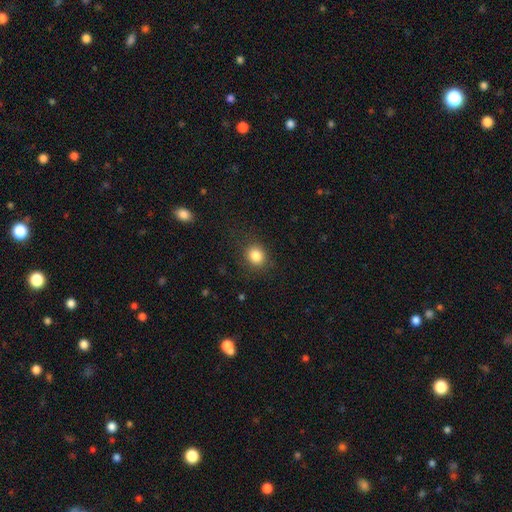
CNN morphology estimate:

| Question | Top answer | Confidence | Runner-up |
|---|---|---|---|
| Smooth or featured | smooth | 84% | star or artifact (11%) |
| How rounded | round | 75% | in between (24%) |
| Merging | none | 84% | minor disturbance (11%) |